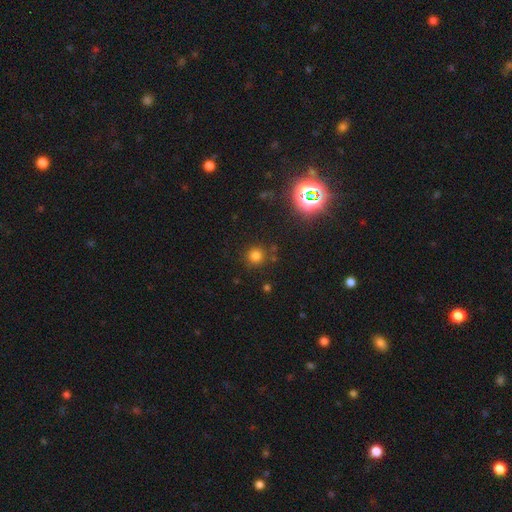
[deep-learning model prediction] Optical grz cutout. It shows a smooth galaxy with no disk features (74%) that is round (93%). Merging: none (84%).